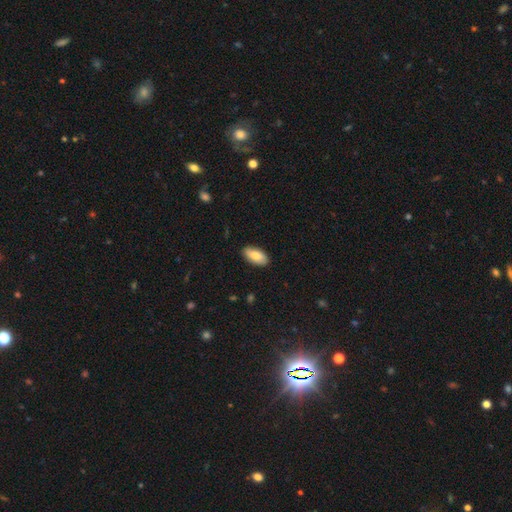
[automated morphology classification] The model was most divided on "smooth or featured": smooth: 83%, featured or disk: 11%, star or artifact: 6%. More confident: how rounded — in between (93%); merging — none (87%).